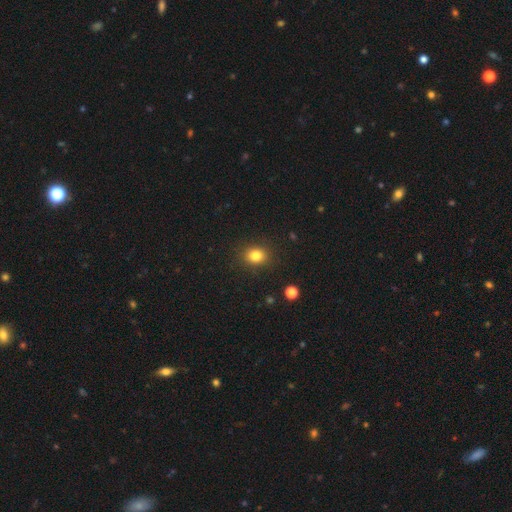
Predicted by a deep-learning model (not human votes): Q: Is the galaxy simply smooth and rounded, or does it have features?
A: smooth — 82%.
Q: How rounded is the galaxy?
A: round — 60%.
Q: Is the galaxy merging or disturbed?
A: none — 88%.